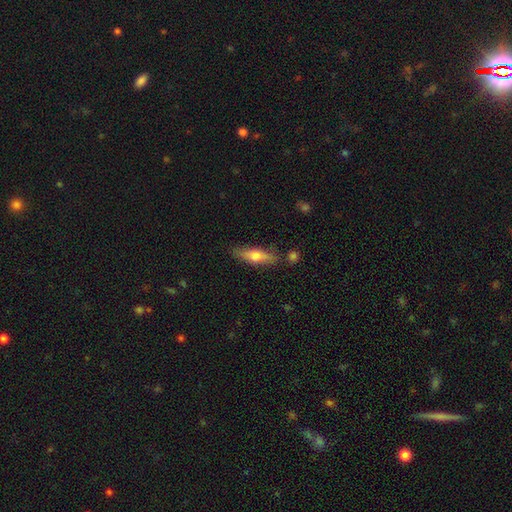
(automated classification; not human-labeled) This appears to be a smooth galaxy with no disk features (54%) that is cigar-shaped (62%). Merging: none (80%).